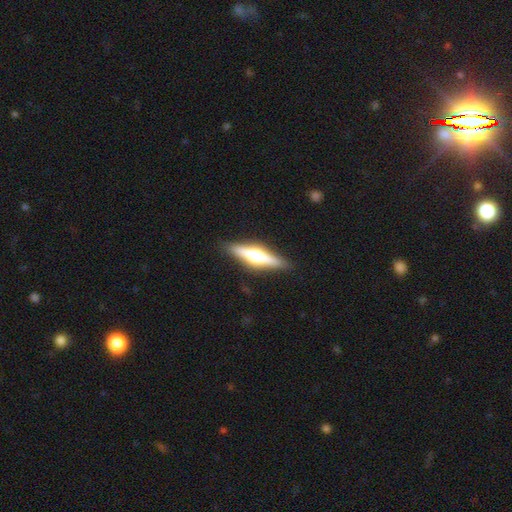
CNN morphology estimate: Smooth or featured: featured or disk — 66% (smooth — 28%)
Edge-on disk: yes — 96% (no — 4%)
Edge-on bulge: rounded — 92% (boxy — 5%)
Merging: none — 89% (minor disturbance — 8%)